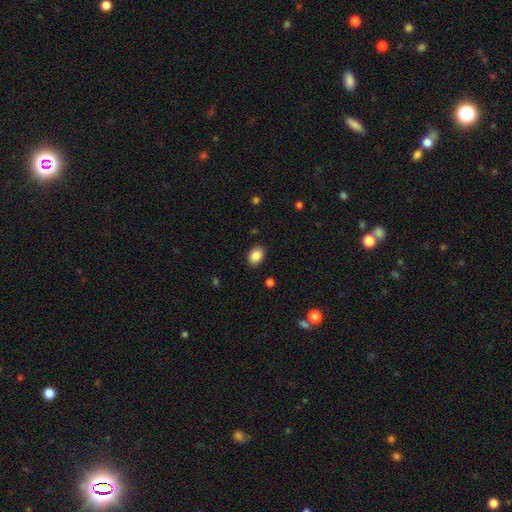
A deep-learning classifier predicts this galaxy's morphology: Smooth or featured? smooth (87%)
How rounded? in between (75%)
Merging? none (87%)